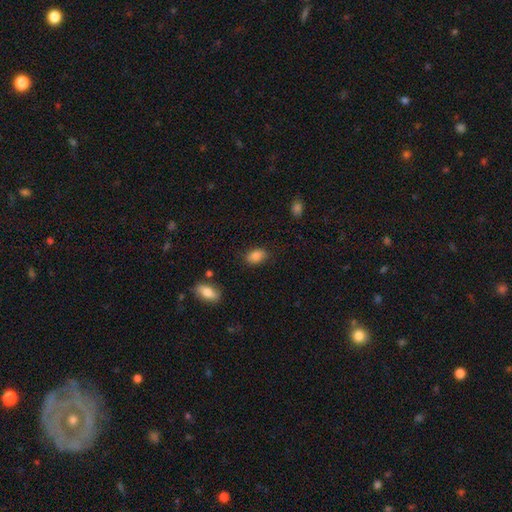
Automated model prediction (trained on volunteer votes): Smooth or featured? Predicted: smooth (p=0.86). How rounded? Predicted: in between (p=0.87). Merging? Predicted: none (p=0.81).